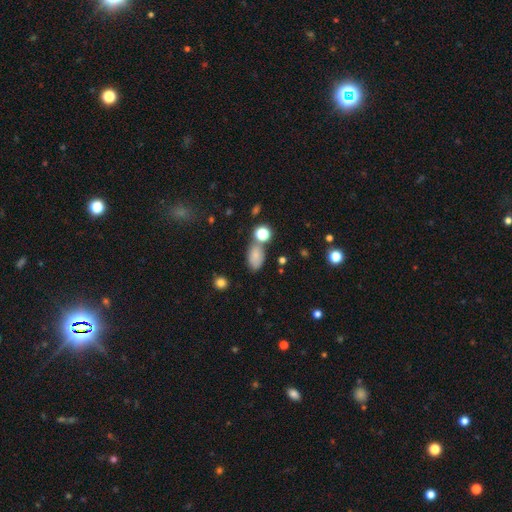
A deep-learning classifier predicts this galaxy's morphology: type=smooth (79%); roundness=in between (87%); merging=none (61%).